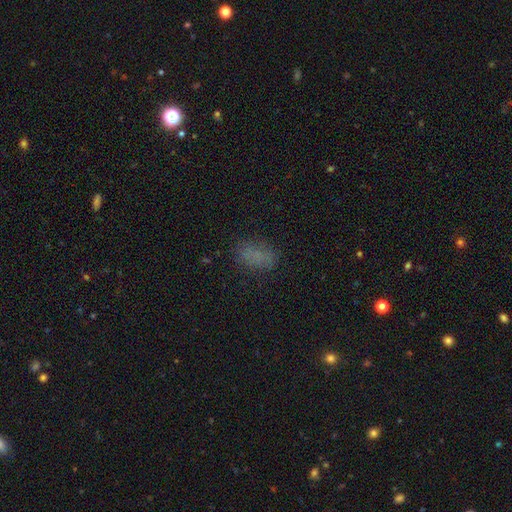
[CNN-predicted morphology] The model was most divided on "smooth or featured": smooth: 72%, star or artifact: 17%, featured or disk: 11%. More confident: how rounded — in between (87%); merging — none (75%).